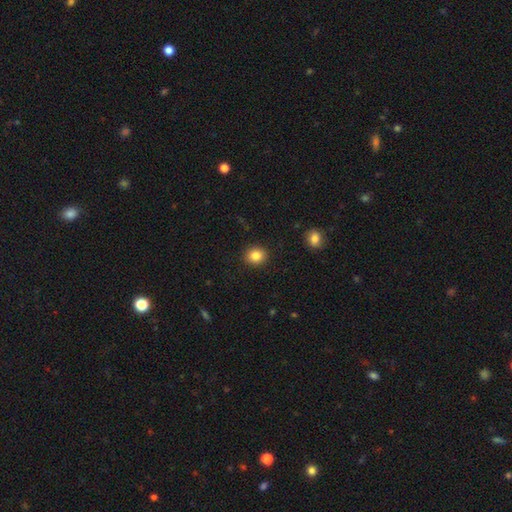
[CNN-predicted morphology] Q: Smooth or featured?
A: smooth (85%); runner-up: star or artifact (10%)
Q: How rounded?
A: round (79%); runner-up: in between (20%)
Q: Merging?
A: none (91%); runner-up: minor disturbance (6%)